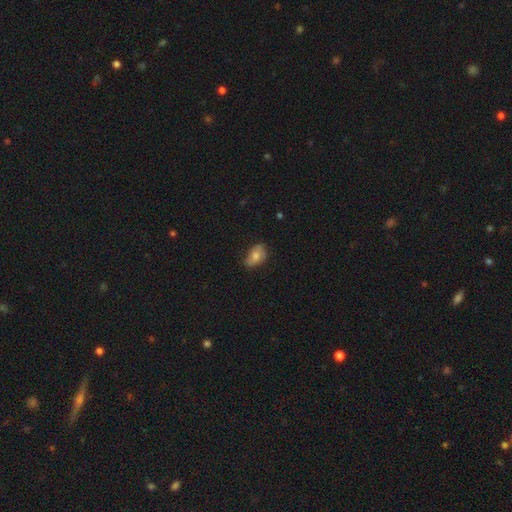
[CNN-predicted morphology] The model was most divided on "merging": none: 66%, minor disturbance: 28%, major disturbance: 5%, merger: 1%. More confident: how rounded — in between (84%); smooth or featured — smooth (66%).